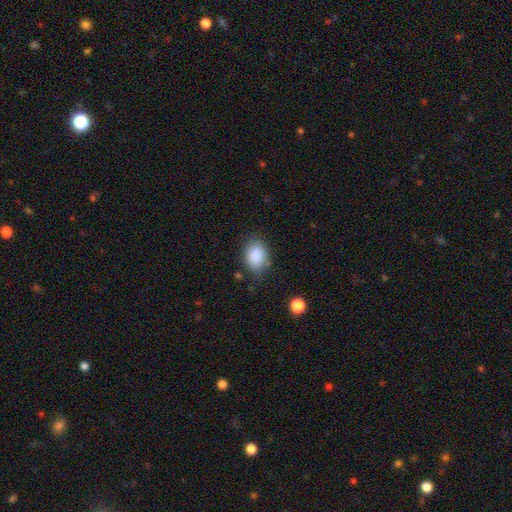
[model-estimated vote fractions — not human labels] Smooth or featured? smooth (88%)
How rounded? in between (72%)
Merging? none (74%)